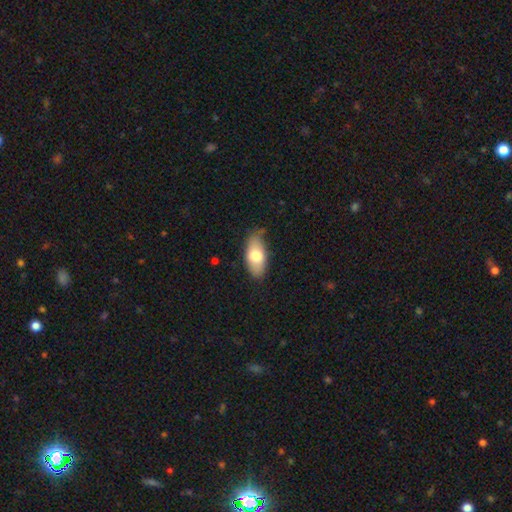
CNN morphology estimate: smooth_or_featured: smooth (p=0.71) [alt: featured or disk p=0.23]
how_rounded: in between (p=0.89) [alt: cigar-shaped p=0.07]
merging: none (p=0.77) [alt: minor disturbance p=0.18]